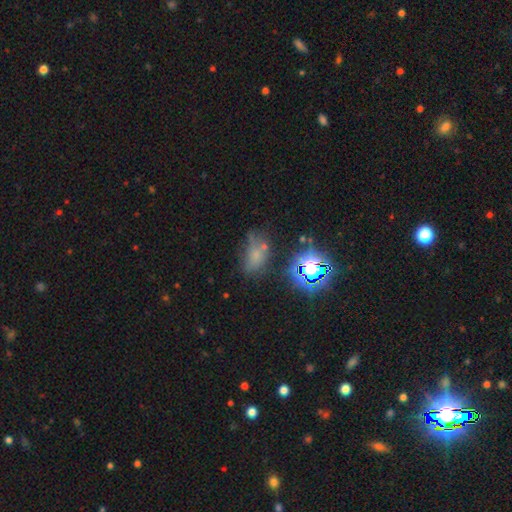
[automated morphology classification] Smooth or featured? smooth (53%)
How rounded? in between (82%)
Merging? none (43%)